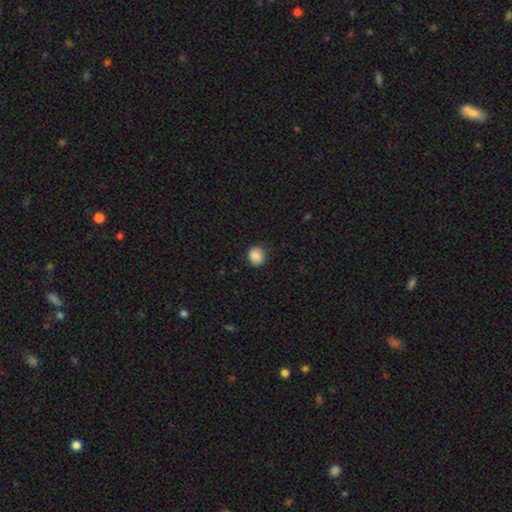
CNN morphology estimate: A smooth galaxy with no disk features (85%) that is round (84%).

Vote fractions:
- Smooth or featured? smooth: 85% / star or artifact: 9% / featured or disk: 6%
- How rounded? round: 84% / in between: 15% / cigar-shaped: 1%
- Merging? none: 83% / minor disturbance: 13% / major disturbance: 3% / merger: 1%